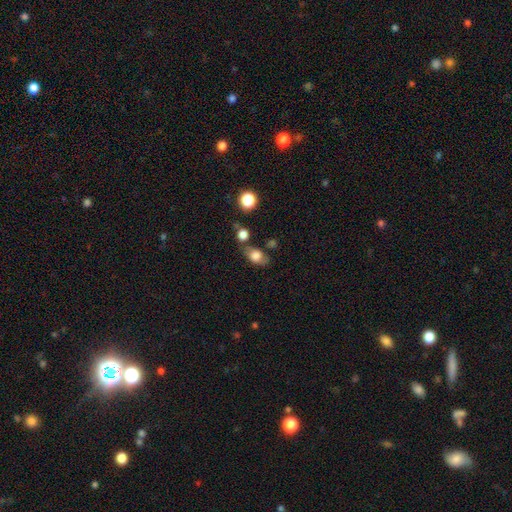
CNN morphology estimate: This is likely a smooth galaxy (70%). How rounded: likely in between (74%). Merging: possibly none (55%).